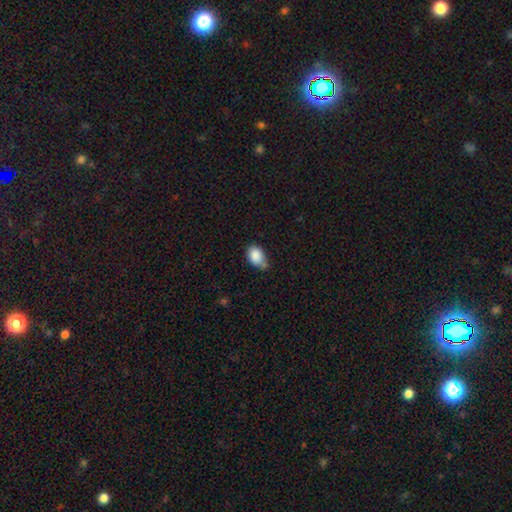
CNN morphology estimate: A smooth galaxy with no disk features (86%) that is in between round and cigar-shaped (70%).

Vote fractions:
- Smooth or featured? smooth: 86% / star or artifact: 9% / featured or disk: 5%
- How rounded? in between: 70% / round: 29% / cigar-shaped: 1%
- Merging? none: 43% / minor disturbance: 39% / merger: 10% / major disturbance: 8%